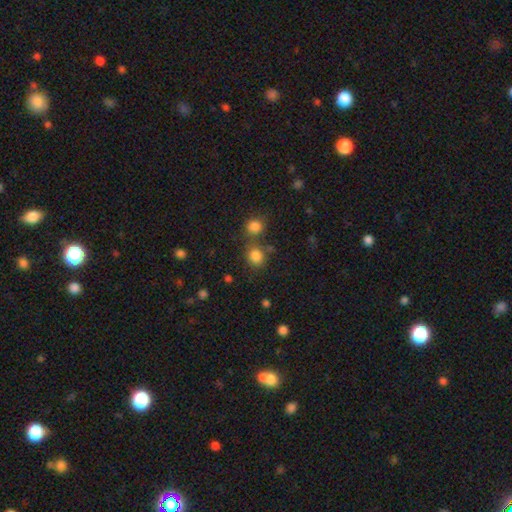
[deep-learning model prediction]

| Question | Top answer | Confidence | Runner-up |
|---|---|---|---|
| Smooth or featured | smooth | 82% | star or artifact (13%) |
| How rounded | round | 78% | in between (21%) |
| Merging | none | 66% | merger (20%) |